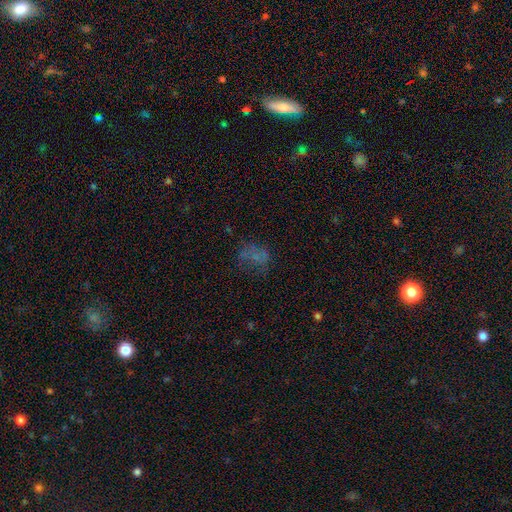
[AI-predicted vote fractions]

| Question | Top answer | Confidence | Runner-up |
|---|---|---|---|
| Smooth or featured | smooth | 47% | featured or disk (28%) |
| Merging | none | 49% | major disturbance (27%) |